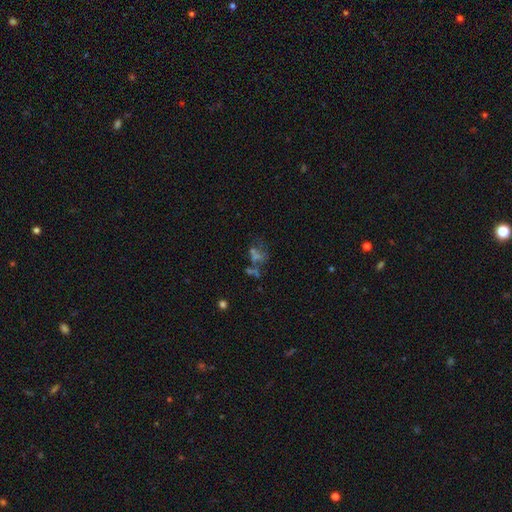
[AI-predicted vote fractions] This appears to be a star or artifact, not a galaxy (37%).